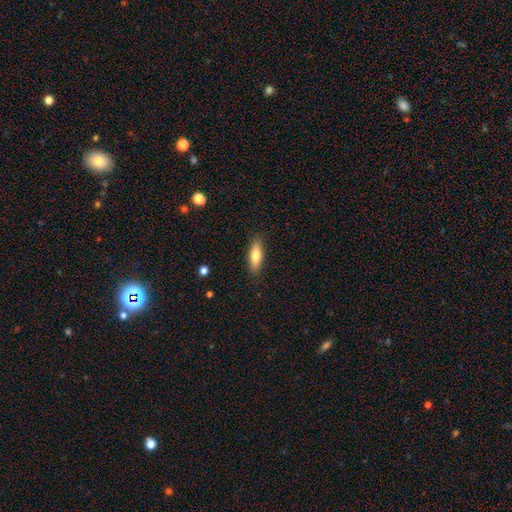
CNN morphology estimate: This is likely a smooth galaxy (75%). How rounded: possibly cigar-shaped (51%). Merging: clearly none (87%).